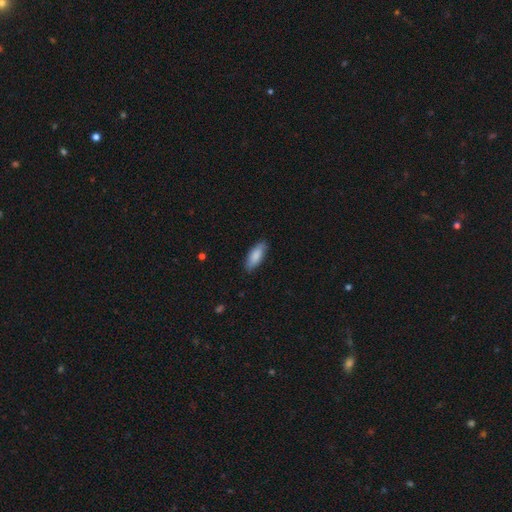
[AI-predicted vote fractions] Smooth or featured: smooth — 86% (featured or disk — 9%)
How rounded: in between — 75% (cigar-shaped — 24%)
Merging: none — 84% (minor disturbance — 13%)